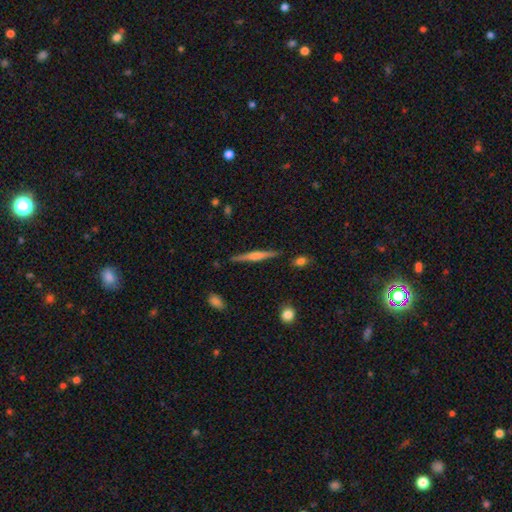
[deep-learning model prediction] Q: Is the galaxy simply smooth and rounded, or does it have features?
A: featured or disk — 72%.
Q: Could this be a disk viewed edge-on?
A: yes — 98%.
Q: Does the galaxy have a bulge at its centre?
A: rounded — 73%.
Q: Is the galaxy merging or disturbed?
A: none — 90%.